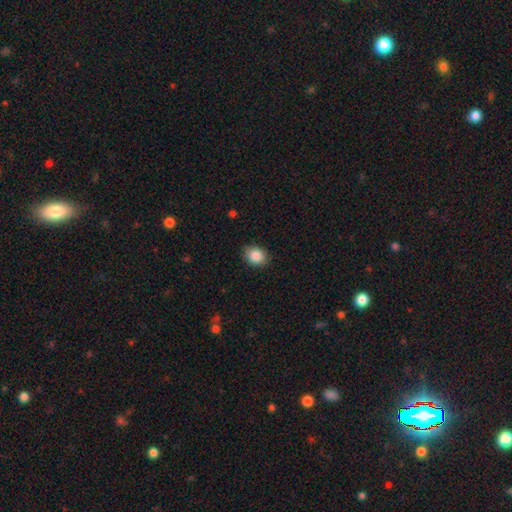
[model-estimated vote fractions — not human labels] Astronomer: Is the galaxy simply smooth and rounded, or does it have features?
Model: smooth — 87%.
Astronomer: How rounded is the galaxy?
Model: round — 54% (runner-up: in between, 45%).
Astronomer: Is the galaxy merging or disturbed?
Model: none — 85%.